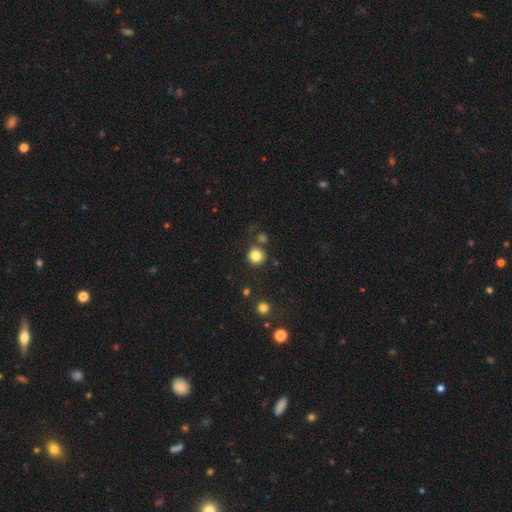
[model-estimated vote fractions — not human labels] The model was most divided on "smooth or featured": smooth: 83%, star or artifact: 11%, featured or disk: 6%. More confident: how rounded — round (92%); merging — none (80%).